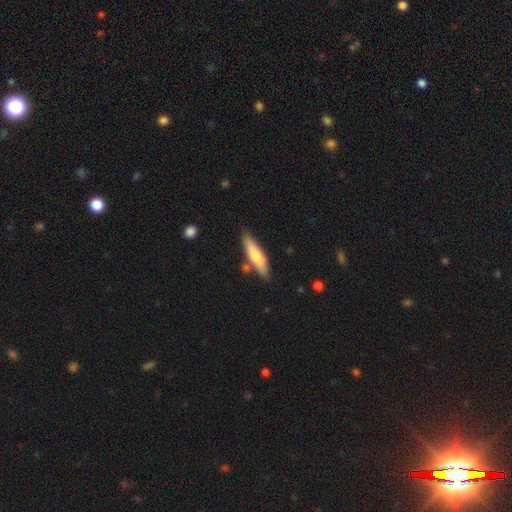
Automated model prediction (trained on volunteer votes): Overall: smooth (66%; featured or disk 29%). How rounded: cigar-shaped (75%). Merging: none (79%).